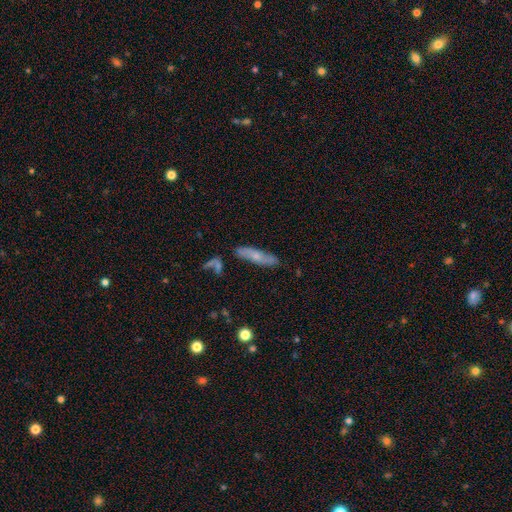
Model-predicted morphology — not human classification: A smooth galaxy with no disk features (55%) that is cigar-shaped (76%). Merging: none (77%).